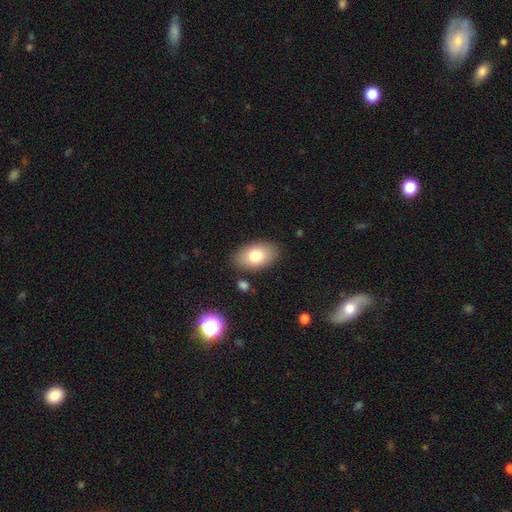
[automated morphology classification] type=smooth (77%); roundness=in between (91%); merging=none (85%).